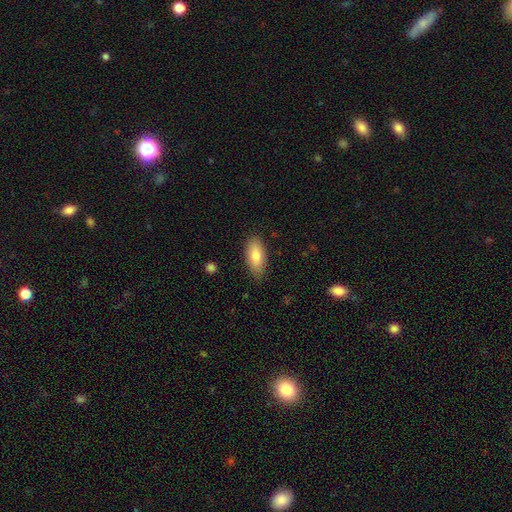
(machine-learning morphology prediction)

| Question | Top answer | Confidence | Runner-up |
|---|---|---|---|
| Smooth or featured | smooth | 79% | featured or disk (14%) |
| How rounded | in between | 85% | cigar-shaped (12%) |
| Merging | none | 82% | minor disturbance (15%) |